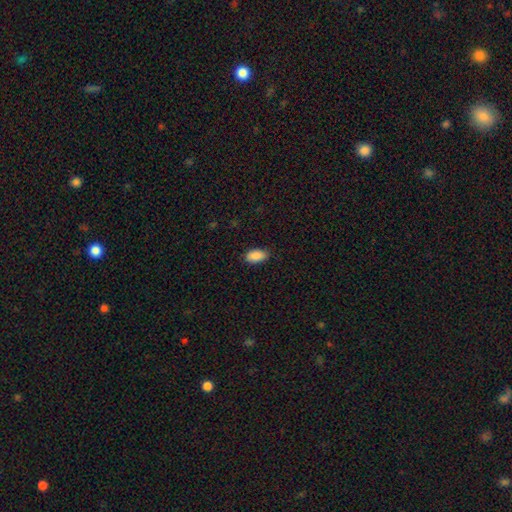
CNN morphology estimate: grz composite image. It shows a smooth galaxy with no disk features (90%) that is in between round and cigar-shaped (94%). Merging: none (84%).